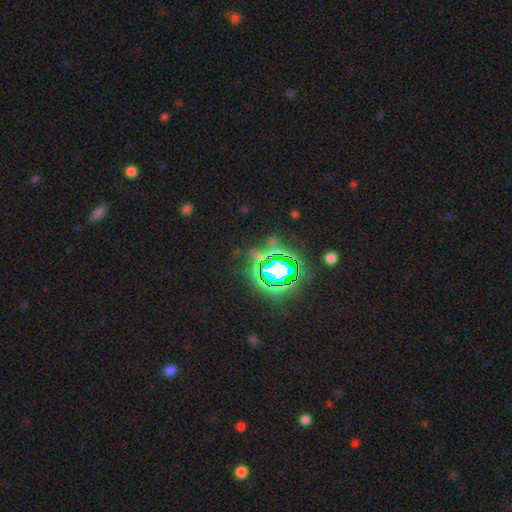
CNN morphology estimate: Smooth or featured: star or artifact — 76% (smooth — 13%)